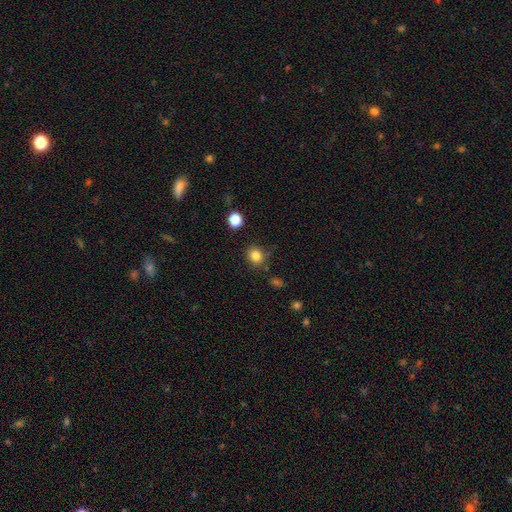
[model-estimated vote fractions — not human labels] Smooth or featured?
  - smooth: 84% *
  - star or artifact: 11%
  - featured or disk: 5%
How rounded?
  - round: 77% *
  - in between: 22%
  - cigar-shaped: 1%
Merging?
  - none: 78% *
  - minor disturbance: 14%
  - major disturbance: 4%
  - merger: 4%